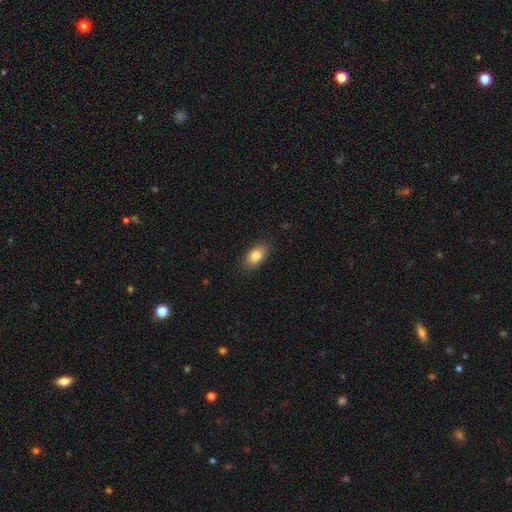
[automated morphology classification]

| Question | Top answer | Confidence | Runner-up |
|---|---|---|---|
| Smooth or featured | smooth | 82% | featured or disk (10%) |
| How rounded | in between | 89% | round (7%) |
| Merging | none | 87% | minor disturbance (10%) |